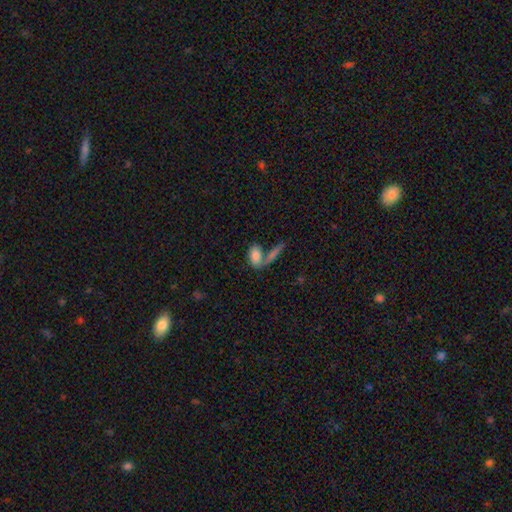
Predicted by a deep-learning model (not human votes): Smooth or featured: smooth — 80% (featured or disk — 12%)
How rounded: in between — 85% (cigar-shaped — 10%)
Merging: merger — 46% (none — 38%)